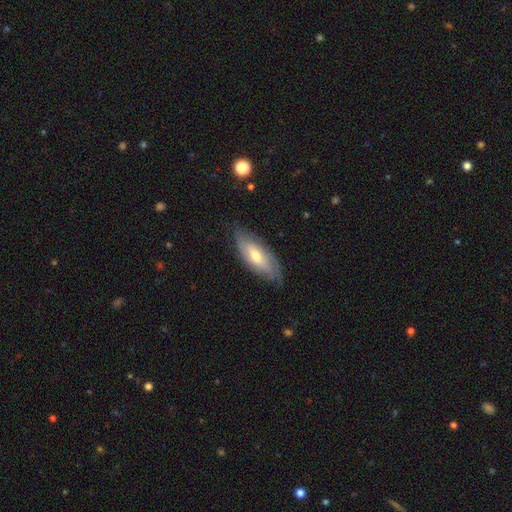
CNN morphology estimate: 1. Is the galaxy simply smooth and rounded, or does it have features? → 49% smooth, 44% featured or disk, 7% star or artifact.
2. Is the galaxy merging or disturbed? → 77% none, 19% minor disturbance, 4% major disturbance, 1% merger.